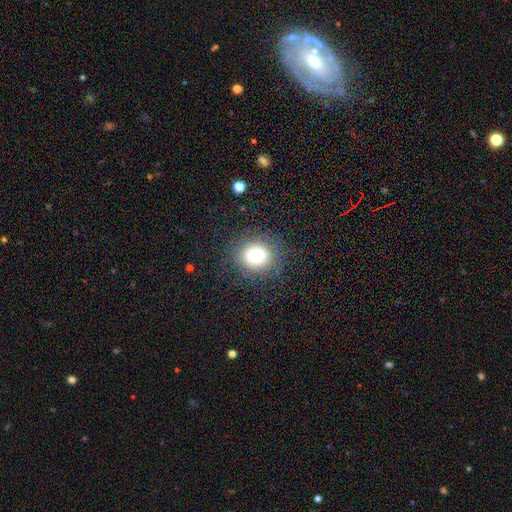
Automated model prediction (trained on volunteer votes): smooth 72%, star or artifact 15%, featured or disk 13%. Down the decision tree: how rounded — round (82%); merging — none (83%).